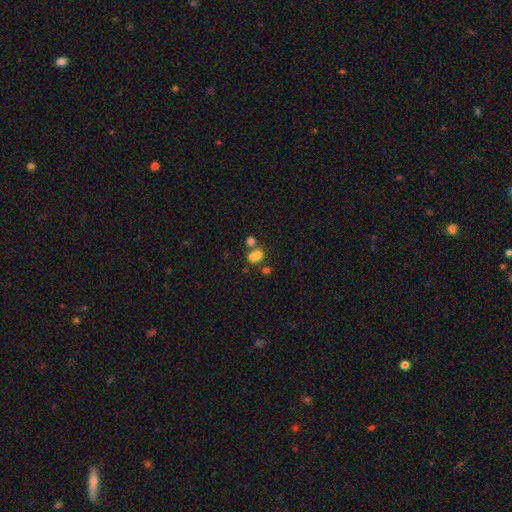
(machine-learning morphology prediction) A smooth galaxy with no disk features (74%) that is in between round and cigar-shaped (65%). Merging: merger (54%).